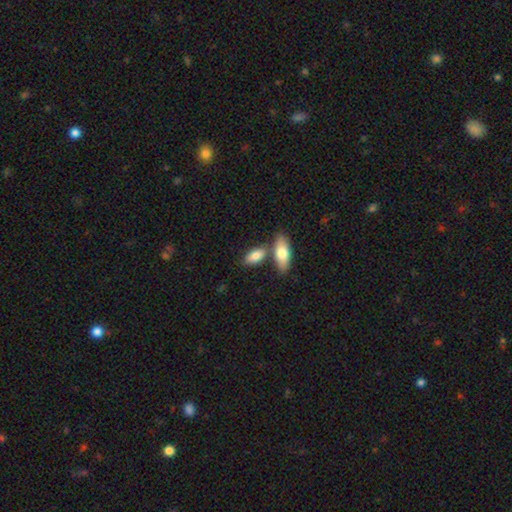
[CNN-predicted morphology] A smooth galaxy with no disk features (81%) that is in between round and cigar-shaped (86%).

Vote fractions:
- Smooth or featured? smooth: 81% / featured or disk: 14% / star or artifact: 6%
- How rounded? in between: 86% / cigar-shaped: 11% / round: 3%
- Merging? none: 56% / merger: 30% / minor disturbance: 11% / major disturbance: 3%